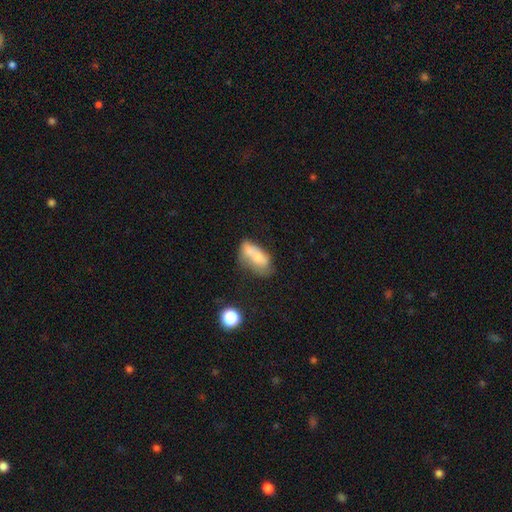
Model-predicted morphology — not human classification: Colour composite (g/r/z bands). It shows a smooth galaxy with no disk features (61%) that is in between round and cigar-shaped (86%). Merging: merger (47%).